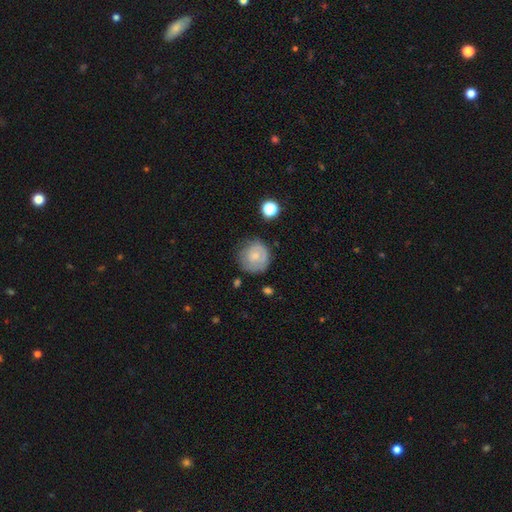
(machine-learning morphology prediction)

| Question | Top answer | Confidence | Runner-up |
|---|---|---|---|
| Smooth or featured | smooth | 58% | featured or disk (34%) |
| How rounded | round | 88% | in between (11%) |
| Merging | none | 66% | minor disturbance (23%) |